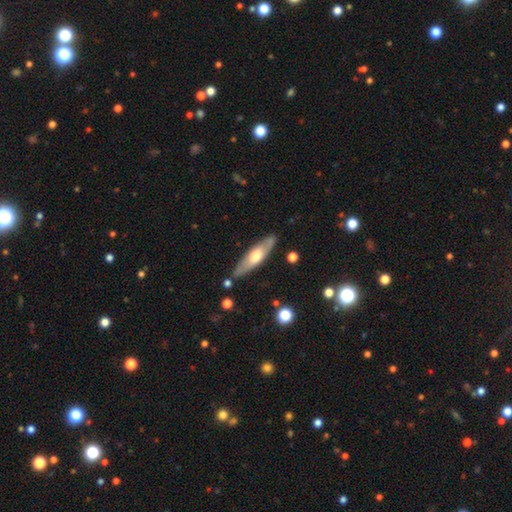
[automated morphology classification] featured or disk 49%, smooth 46%, star or artifact 5%. Down the decision tree: merging — none (83%).